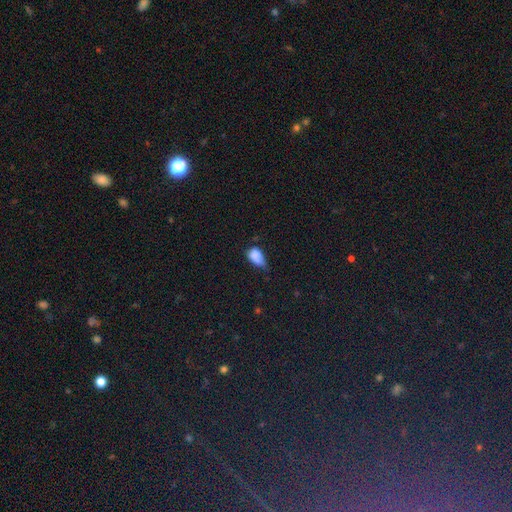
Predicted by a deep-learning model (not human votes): Overall: smooth (79%). How rounded: in between (82%). Merging: minor disturbance (48%; none 24%).